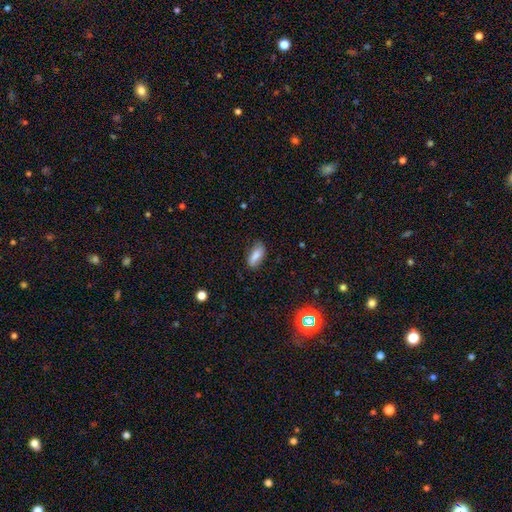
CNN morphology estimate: Overall: smooth (77%). How rounded: in between (85%). Merging: none (72%).